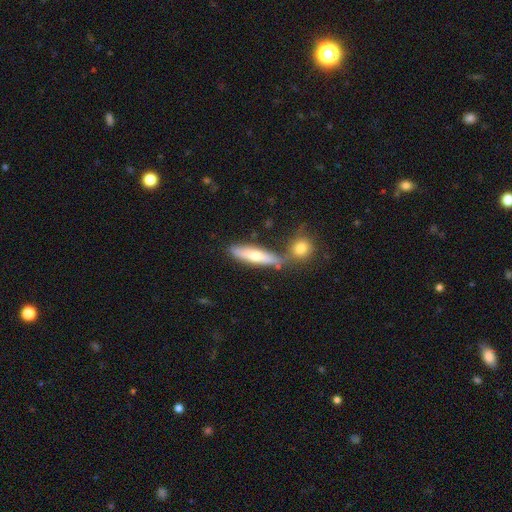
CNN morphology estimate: Smooth or featured? smooth (56%)
How rounded? cigar-shaped (74%)
Merging? none (64%)